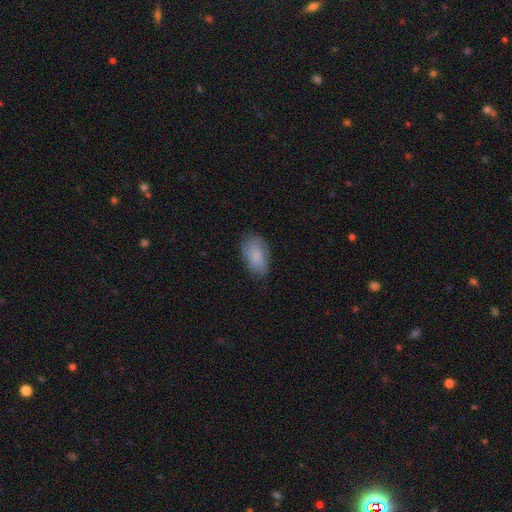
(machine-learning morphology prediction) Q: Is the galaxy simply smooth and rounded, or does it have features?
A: smooth — 81%.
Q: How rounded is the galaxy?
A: in between — 93%.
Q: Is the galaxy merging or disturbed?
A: none — 68%.